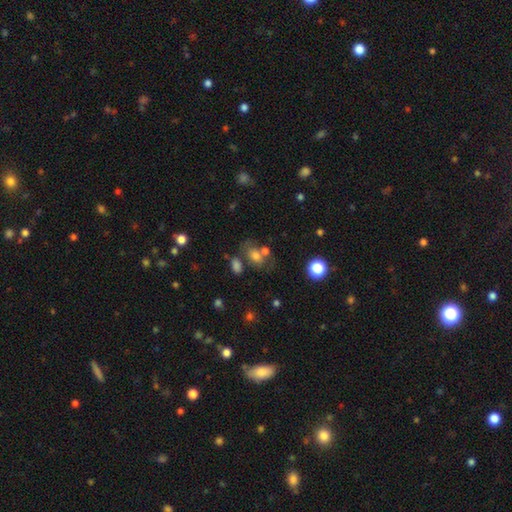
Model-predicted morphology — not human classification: Smooth or featured: smooth — 68% (featured or disk — 18%)
How rounded: in between — 70% (round — 28%)
Merging: none — 46% (merger — 27%)